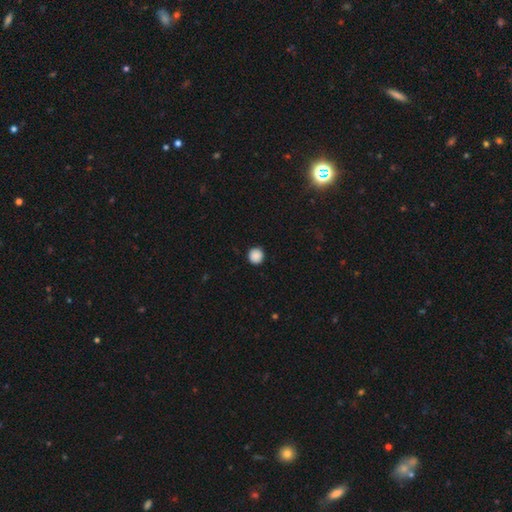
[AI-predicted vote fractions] Smooth or featured?
  - smooth: 89% *
  - star or artifact: 9%
  - featured or disk: 2%
How rounded?
  - round: 95% *
  - in between: 4%
  - cigar-shaped: 1%
Merging?
  - none: 92% *
  - minor disturbance: 5%
  - major disturbance: 2%
  - merger: 1%